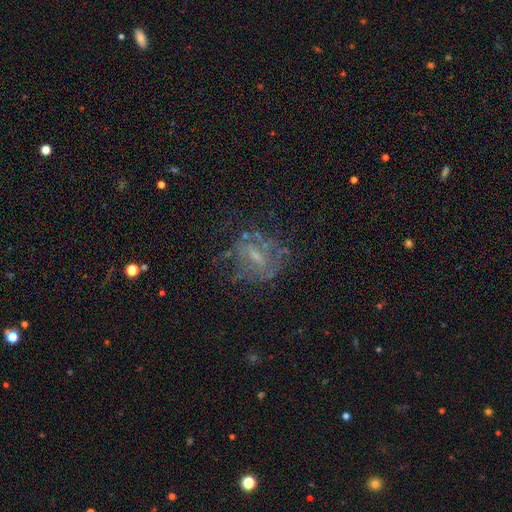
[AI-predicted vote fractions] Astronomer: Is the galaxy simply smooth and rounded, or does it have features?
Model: featured or disk — 62%.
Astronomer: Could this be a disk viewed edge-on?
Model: no — 95%.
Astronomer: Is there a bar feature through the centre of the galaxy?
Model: weak — 46% (runner-up: no, 36%).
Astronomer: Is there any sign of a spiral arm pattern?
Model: no — 58% (runner-up: yes, 42%).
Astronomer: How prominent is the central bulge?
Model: small — 46% (runner-up: moderate, 26%).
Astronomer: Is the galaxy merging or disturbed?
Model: none — 53%.